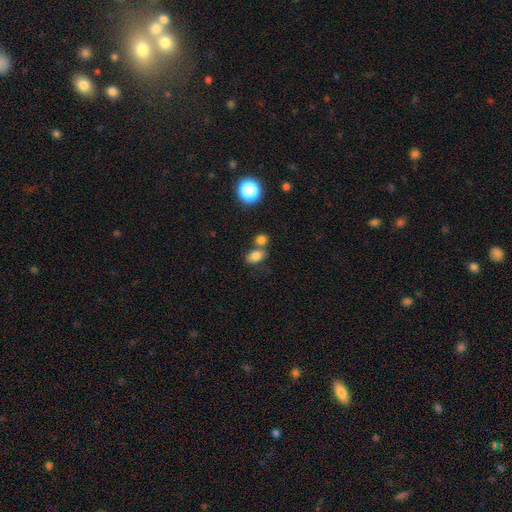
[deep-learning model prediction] This appears to be a smooth galaxy with no disk features (79%) that is in between round and cigar-shaped (72%). Merging: none (50%).